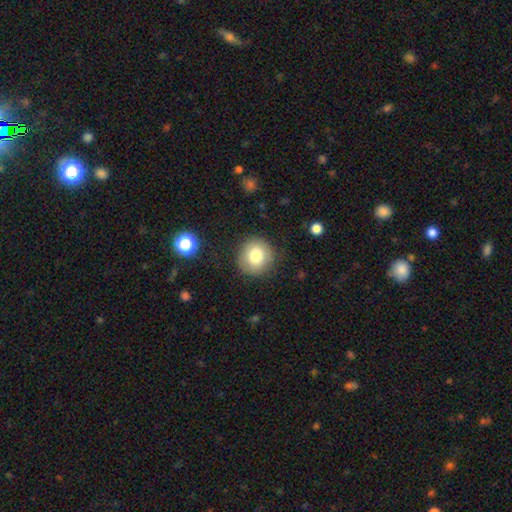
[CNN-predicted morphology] smooth 78%, featured or disk 12%, star or artifact 10%. Down the decision tree: how rounded — round (91%); merging — none (86%).